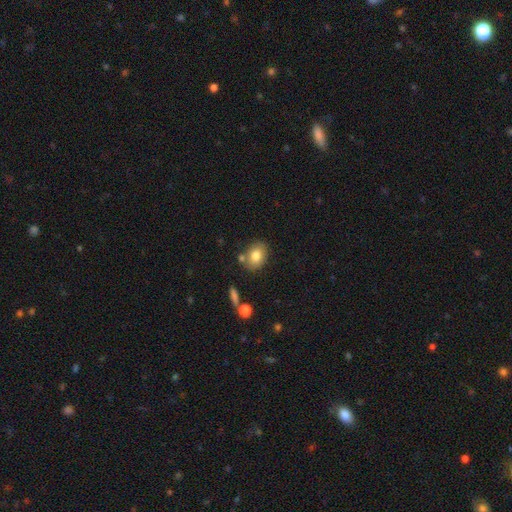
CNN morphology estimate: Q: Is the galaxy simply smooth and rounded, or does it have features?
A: smooth — 79%.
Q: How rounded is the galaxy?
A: in between — 67%.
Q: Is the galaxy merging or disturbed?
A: none — 73%.